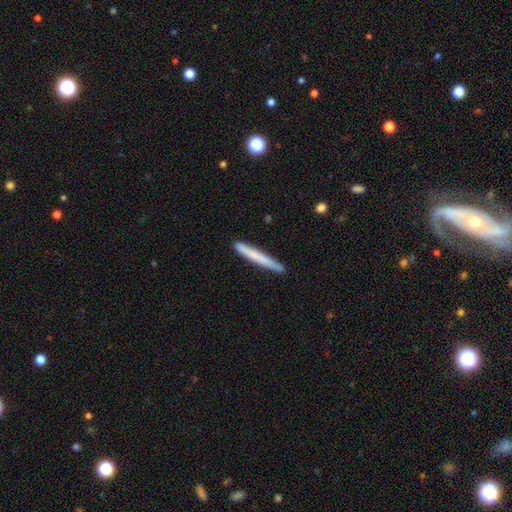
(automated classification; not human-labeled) Smooth or featured: smooth — 68% (featured or disk — 26%)
How rounded: cigar-shaped — 97% (in between — 2%)
Merging: none — 88% (minor disturbance — 9%)